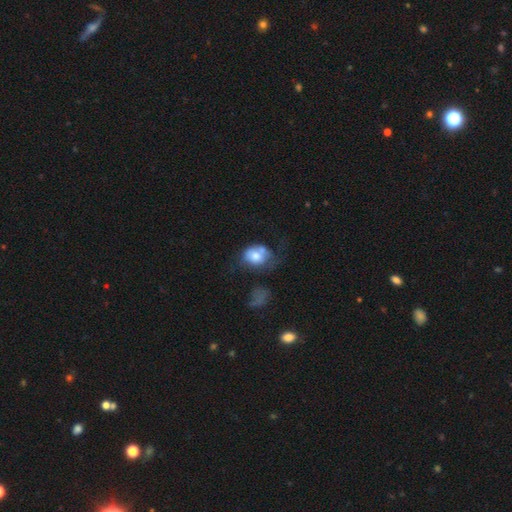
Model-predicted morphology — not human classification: smooth-or-featured: smooth: 67% | featured or disk: 24% | star or artifact: 9%
  how-rounded: in between: 52% | round: 47% | cigar-shaped: 1%
  merging: merger: 27% | major disturbance: 26% | none: 25% | minor disturbance: 22%